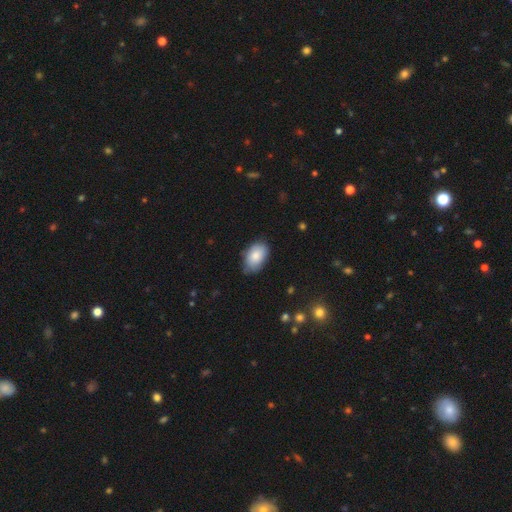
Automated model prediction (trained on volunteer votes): This appears to be a smooth galaxy with no disk features (84%) that is in between round and cigar-shaped (92%). Merging: none (72%).